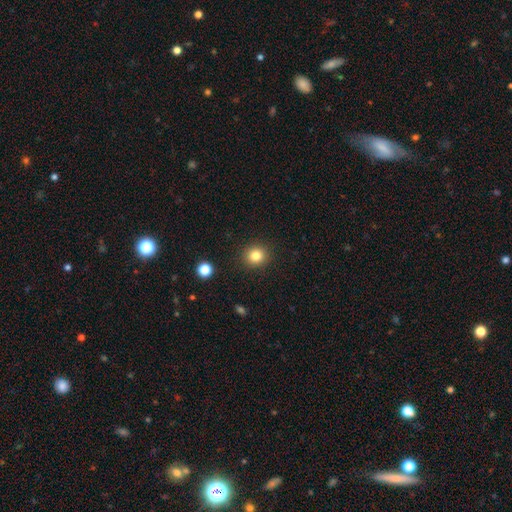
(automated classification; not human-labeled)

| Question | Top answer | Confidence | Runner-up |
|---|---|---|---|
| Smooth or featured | smooth | 82% | star or artifact (12%) |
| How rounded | round | 86% | in between (13%) |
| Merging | none | 91% | minor disturbance (6%) |